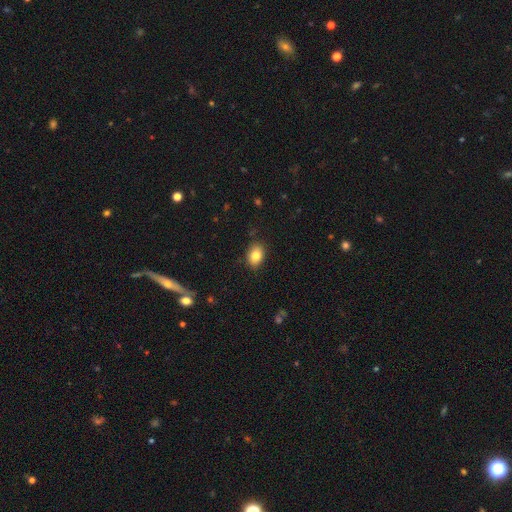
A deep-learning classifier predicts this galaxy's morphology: The model was most divided on "how rounded": in between: 77%, round: 22%, cigar-shaped: 1%. More confident: merging — none (85%); smooth or featured — smooth (83%).